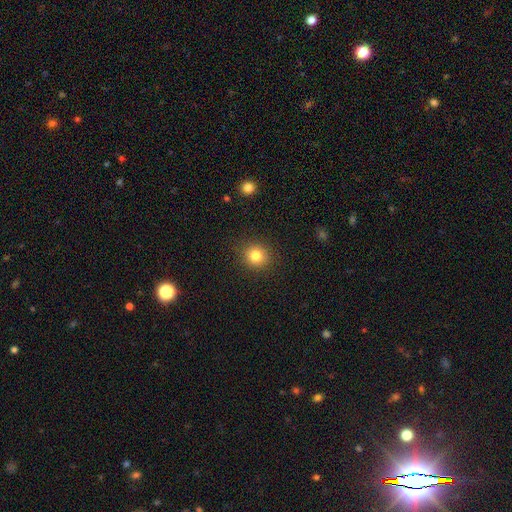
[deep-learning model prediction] Smooth or featured?
  - smooth: 82% *
  - star or artifact: 11%
  - featured or disk: 7%
How rounded?
  - round: 90% *
  - in between: 9%
  - cigar-shaped: 1%
Merging?
  - none: 90% *
  - minor disturbance: 7%
  - major disturbance: 2%
  - merger: 1%